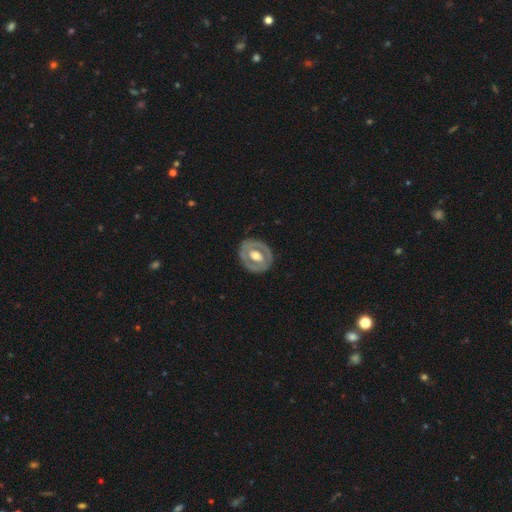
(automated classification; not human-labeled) The model was most divided on "bar": no: 54%, weak: 31%, strong: 15%. More confident: edge-on disk — no (94%); merging — none (83%); spiral arms — no (77%); smooth or featured — featured or disk (66%); bulge size — moderate (65%).